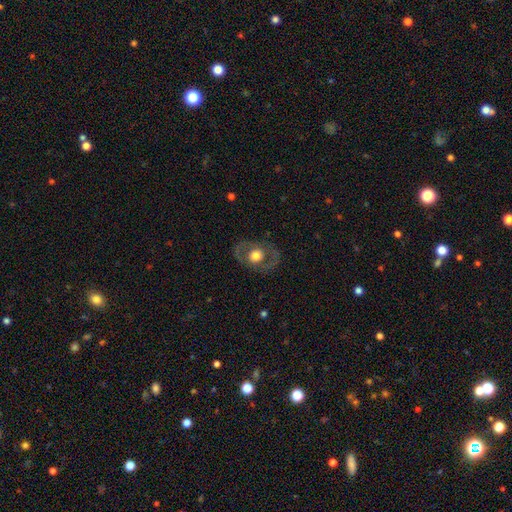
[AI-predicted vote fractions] Morphology: type=featured or disk (54%); edge-on=no (92%); merging=none (79%).